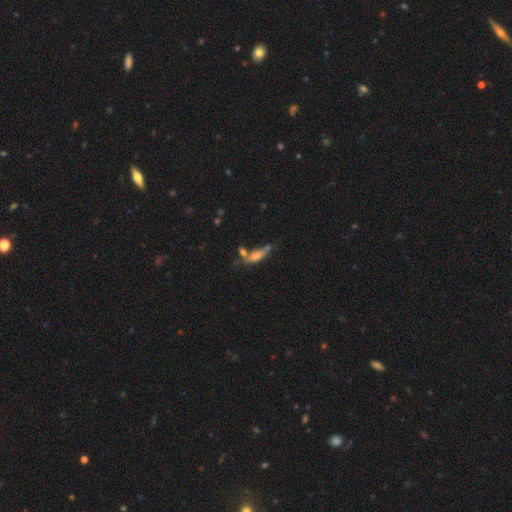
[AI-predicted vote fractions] This is marginally a smooth galaxy (45%). Merging: marginally none (44%).